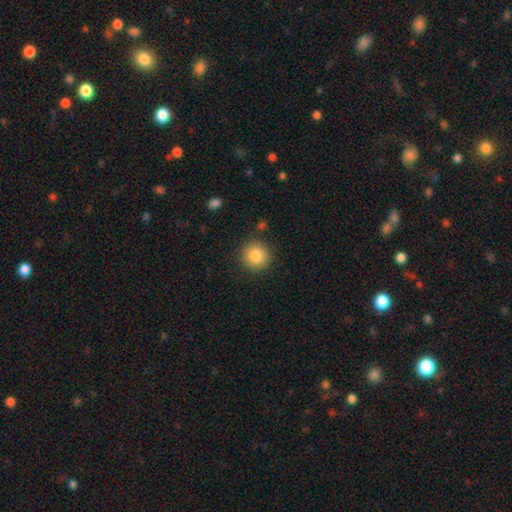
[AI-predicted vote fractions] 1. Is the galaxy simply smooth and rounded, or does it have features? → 85% smooth, 9% star or artifact, 6% featured or disk.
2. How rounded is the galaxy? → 94% round, 5% in between, 1% cigar-shaped.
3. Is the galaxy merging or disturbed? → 88% none, 7% minor disturbance, 2% major disturbance, 2% merger.